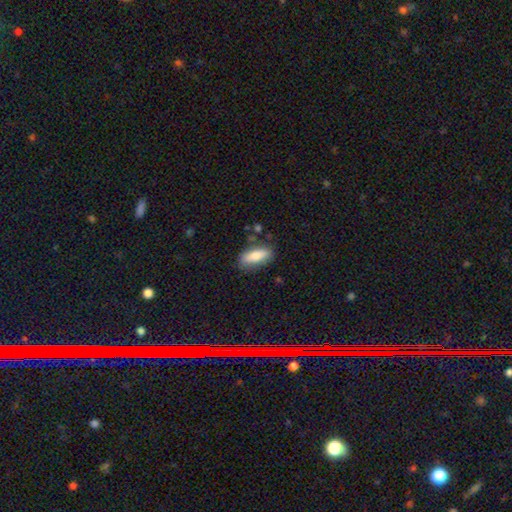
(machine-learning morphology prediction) A smooth galaxy with no disk features (79%) that is in between round and cigar-shaped (69%).

Vote fractions:
- Smooth or featured? smooth: 79% / featured or disk: 14% / star or artifact: 6%
- How rounded? in between: 69% / cigar-shaped: 28% / round: 2%
- Merging? none: 79% / minor disturbance: 15% / major disturbance: 3% / merger: 3%